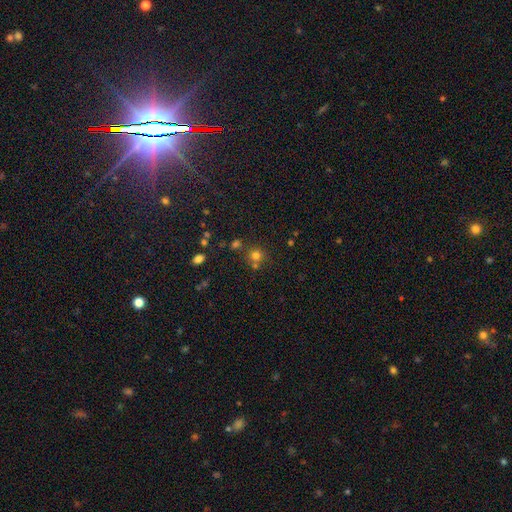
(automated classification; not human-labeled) Morphology: type=smooth (70%); roundness=round (88%); merging=none (65%).